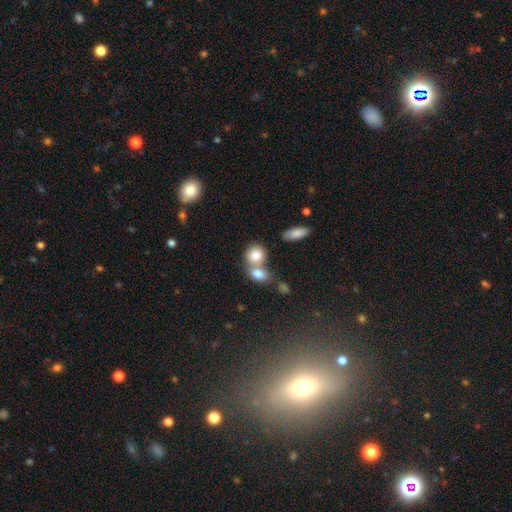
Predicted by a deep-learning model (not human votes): smooth_or_featured: smooth (p=0.80) [alt: featured or disk p=0.12]
how_rounded: round (p=0.59) [alt: in between p=0.39]
merging: merger (p=0.55) [alt: none p=0.34]